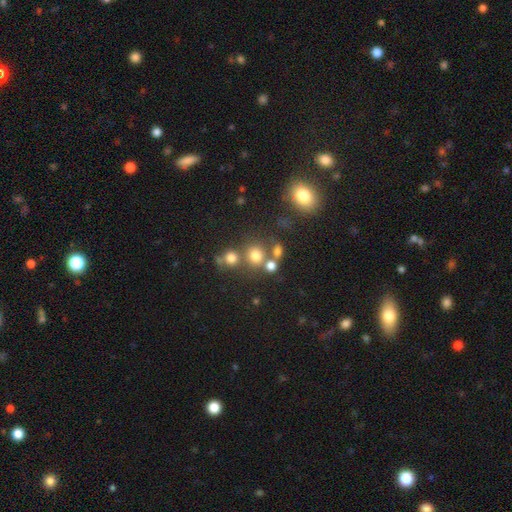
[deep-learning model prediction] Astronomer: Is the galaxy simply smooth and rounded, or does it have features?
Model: smooth — 72%.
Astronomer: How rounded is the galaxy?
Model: round — 86%.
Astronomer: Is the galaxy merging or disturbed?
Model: none — 61%.